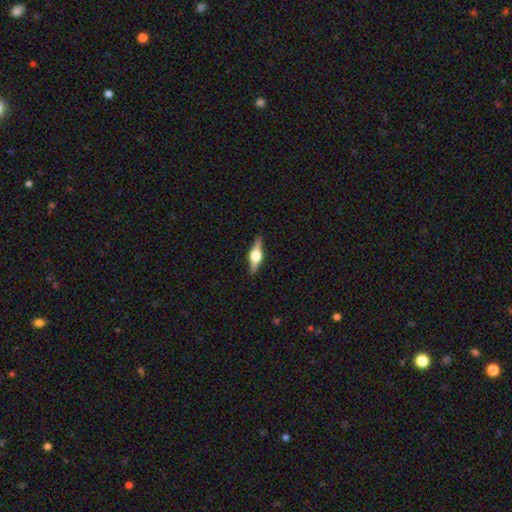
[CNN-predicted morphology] type=featured or disk (73%); edge-on=yes (97%); edge-on bulge=rounded (94%); merging=none (89%).